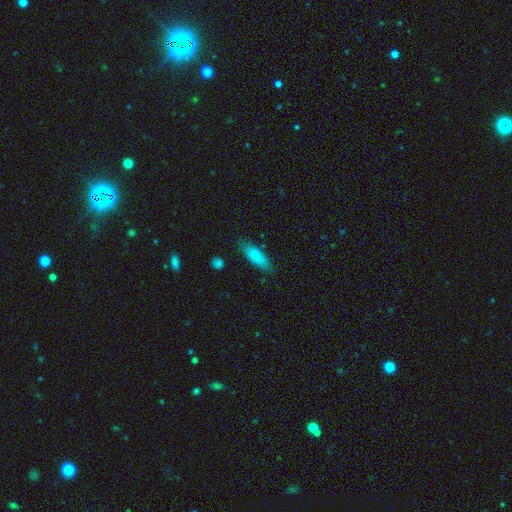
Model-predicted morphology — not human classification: A smooth galaxy with no disk features (83%) that is in between round and cigar-shaped (50%). Merging: none (81%).